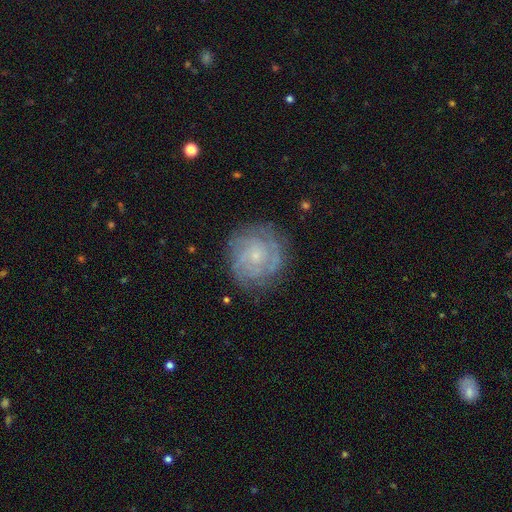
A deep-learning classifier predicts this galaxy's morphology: A featured or disk galaxy (76%) with no bar (78%), tight (70%) spiral arms (92%) and a small central bulge (78%).

Vote fractions:
- Smooth or featured? featured or disk: 76% / smooth: 17% / star or artifact: 8%
- Edge-on disk? no: 98% / yes: 2%
- Bar? no: 78% / weak: 19% / strong: 3%
- Spiral arms? yes: 92% / no: 8%
- Spiral winding? tight: 70% / medium: 24% / loose: 6%
- Spiral arm count? can't tell: 39% / 2: 19% / 3: 18% / 4: 12% / more than 4: 6% / 1: 6%
- Bulge size? small: 78% / moderate: 16% / none: 4% / large: 1% / dominant: 1%
- Merging? none: 78% / minor disturbance: 15% / major disturbance: 6% / merger: 1%